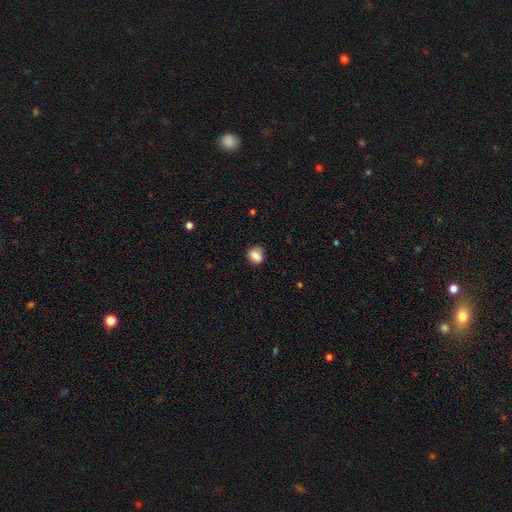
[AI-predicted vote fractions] The model was most divided on "how rounded": round: 61%, in between: 38%, cigar-shaped: 2%. More confident: smooth or featured — smooth (80%); merging — none (76%).